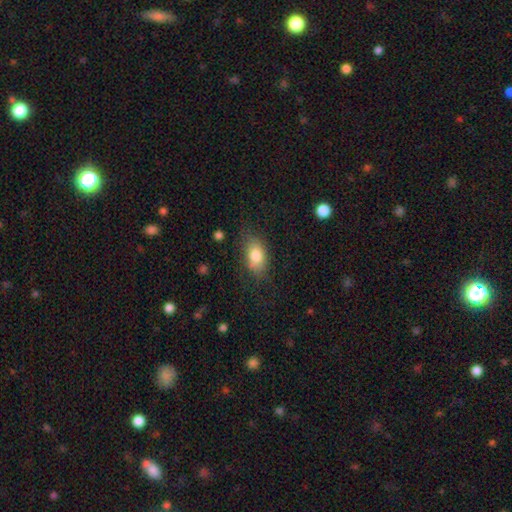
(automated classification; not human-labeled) A smooth galaxy with no disk features (80%) that is in between round and cigar-shaped (88%).

Vote fractions:
- Smooth or featured? smooth: 80% / featured or disk: 12% / star or artifact: 8%
- How rounded? in between: 88% / round: 9% / cigar-shaped: 4%
- Merging? none: 72% / minor disturbance: 20% / major disturbance: 7% / merger: 2%